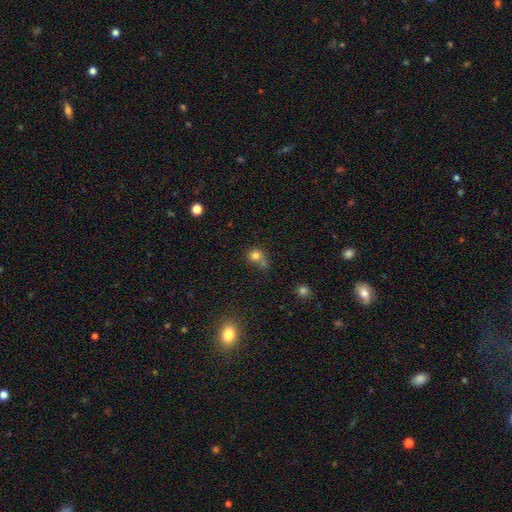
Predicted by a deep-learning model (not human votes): smooth-or-featured: smooth: 78% | star or artifact: 13% | featured or disk: 9%
  how-rounded: round: 79% | in between: 20% | cigar-shaped: 1%
  merging: none: 44% | merger: 33% | minor disturbance: 15% | major disturbance: 7%